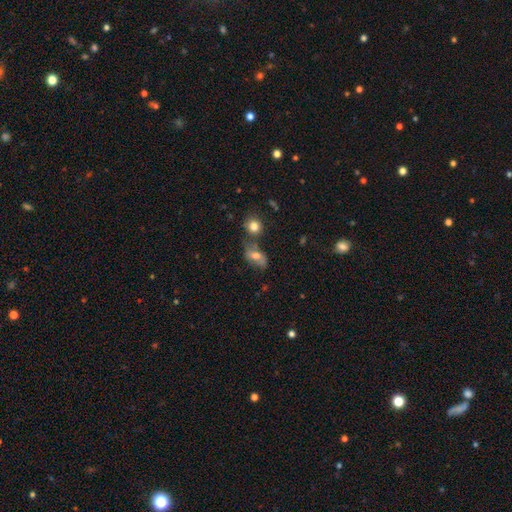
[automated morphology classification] This is likely a smooth galaxy (61%). How rounded: clearly in between (81%). Merging: marginally none (44%).